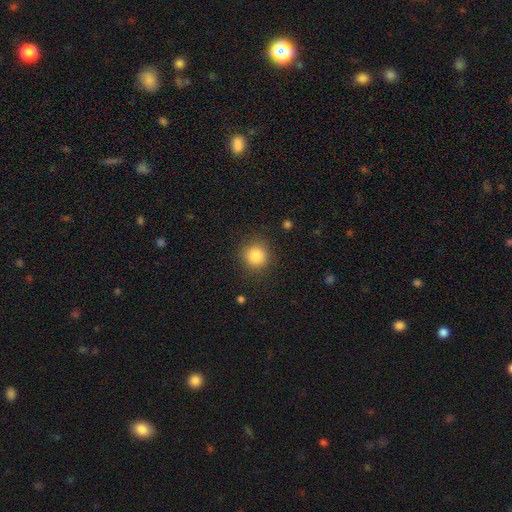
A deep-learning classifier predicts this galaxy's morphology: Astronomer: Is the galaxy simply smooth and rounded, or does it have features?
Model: smooth — 84%.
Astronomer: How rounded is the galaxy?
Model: round — 92%.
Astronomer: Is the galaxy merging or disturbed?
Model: none — 87%.